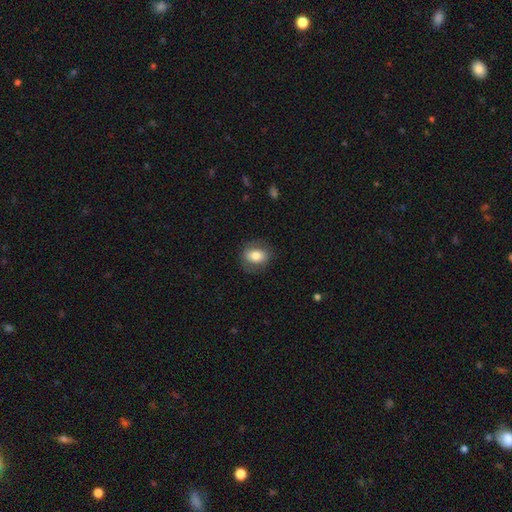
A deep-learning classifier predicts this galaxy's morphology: Q: Smooth or featured?
A: smooth (73%); runner-up: featured or disk (19%)
Q: How rounded?
A: in between (62%); runner-up: round (36%)
Q: Merging?
A: none (81%); runner-up: minor disturbance (13%)